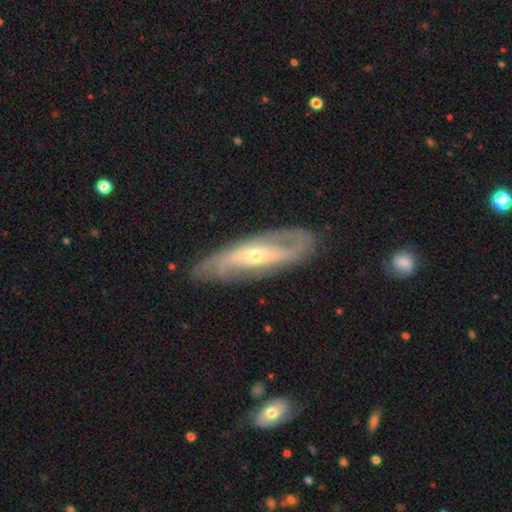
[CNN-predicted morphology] The model was most divided on "bar": no: 39%, weak: 34%, strong: 27%. Remaining: spiral arms — yes (92%); smooth or featured — featured or disk (84%); edge-on disk — no (83%); merging — none (79%); spiral arm count — 2 (69%); bulge size — small (60%); spiral winding — medium (42%).